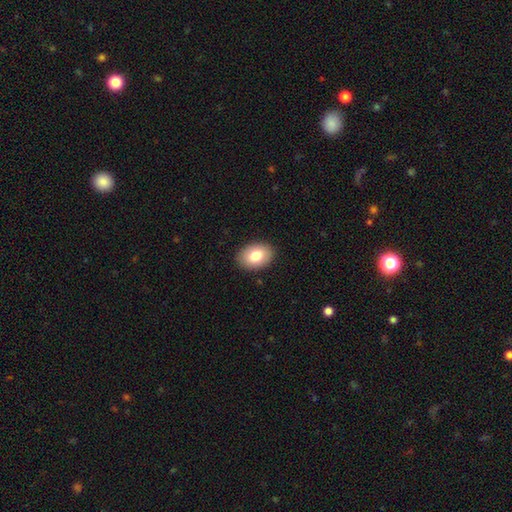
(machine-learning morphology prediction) A smooth galaxy with no disk features (80%) that is in between round and cigar-shaped (80%).

Vote fractions:
- Smooth or featured? smooth: 80% / featured or disk: 12% / star or artifact: 7%
- How rounded? in between: 80% / round: 19% / cigar-shaped: 1%
- Merging? none: 89% / minor disturbance: 8% / major disturbance: 2% / merger: 1%